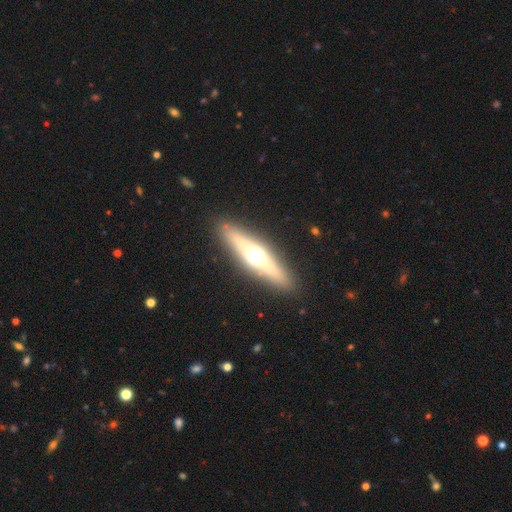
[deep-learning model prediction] Morphology: type=featured or disk (55%); edge-on=yes (87%); merging=none (89%).